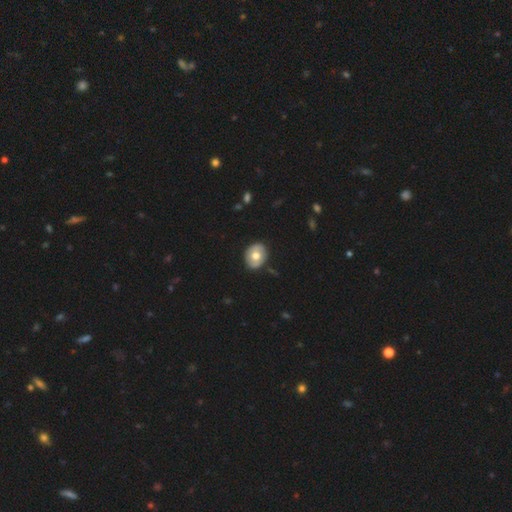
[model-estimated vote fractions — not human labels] A smooth galaxy with no disk features (56%) that is round (57%). Merging: none (83%).